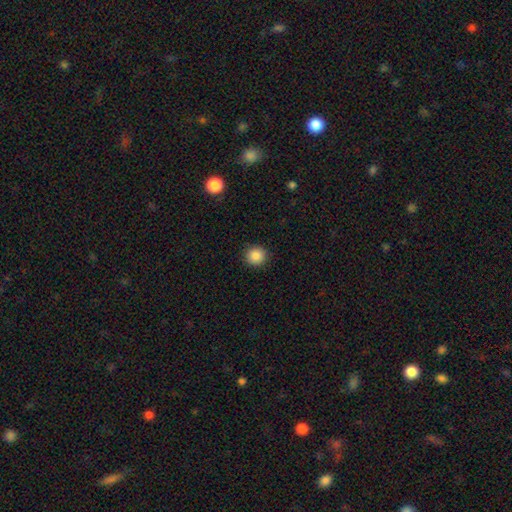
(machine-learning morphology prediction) Q: Smooth or featured?
A: smooth (87%); runner-up: star or artifact (10%)
Q: How rounded?
A: round (92%); runner-up: in between (7%)
Q: Merging?
A: none (92%); runner-up: minor disturbance (6%)